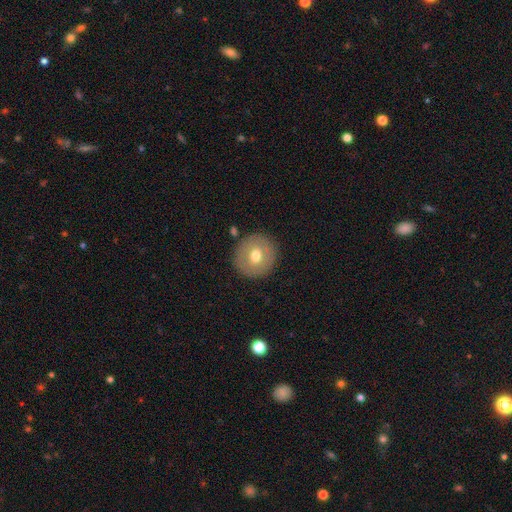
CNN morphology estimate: Overall: smooth (65%; featured or disk 28%). How rounded: round (92%). Merging: none (87%).